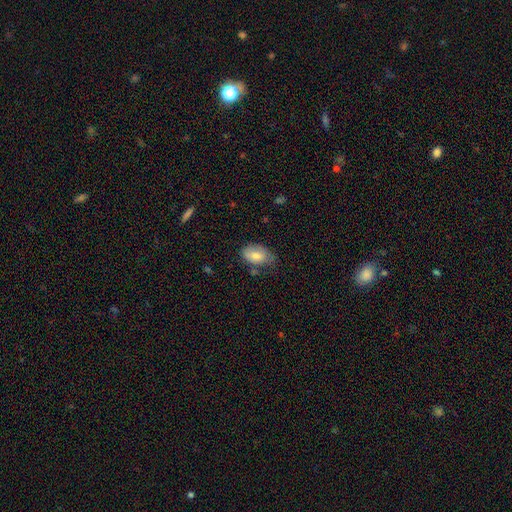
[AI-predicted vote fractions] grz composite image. It shows a smooth galaxy with no disk features (75%) that is in between round and cigar-shaped (88%). Merging: none (51%).